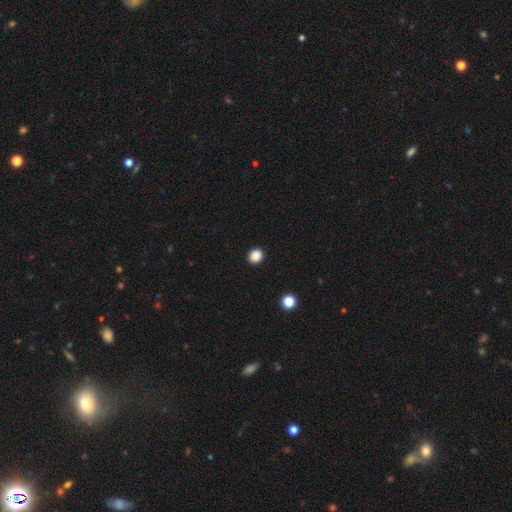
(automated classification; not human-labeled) Q: Smooth or featured?
A: smooth (87%); runner-up: star or artifact (10%)
Q: How rounded?
A: round (73%); runner-up: in between (26%)
Q: Merging?
A: none (92%); runner-up: minor disturbance (5%)